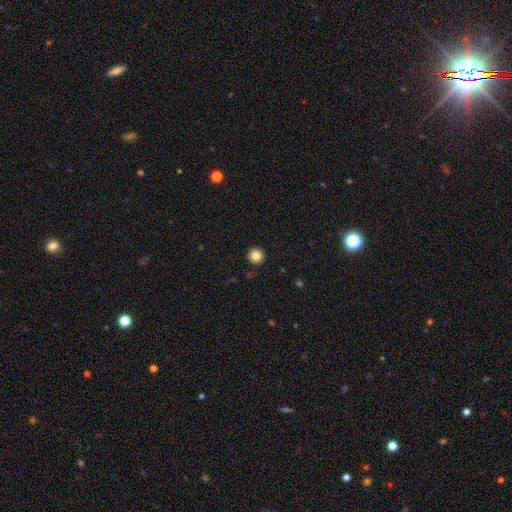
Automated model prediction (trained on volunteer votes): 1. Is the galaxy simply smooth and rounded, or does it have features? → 84% smooth, 10% star or artifact, 6% featured or disk.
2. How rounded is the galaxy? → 96% round, 3% in between, 1% cigar-shaped.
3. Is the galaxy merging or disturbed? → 93% none, 4% minor disturbance, 1% major disturbance, 1% merger.